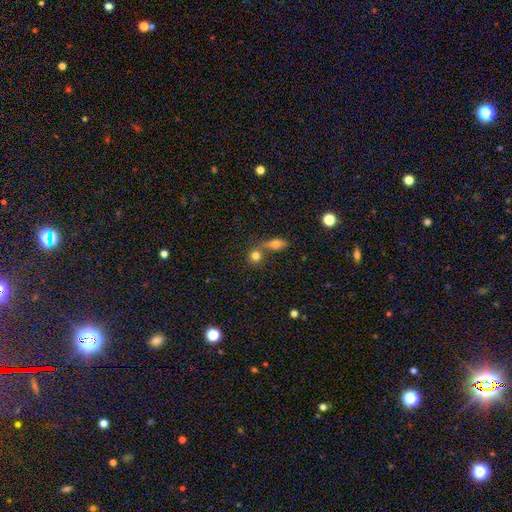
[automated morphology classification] type=smooth (79%); roundness=round (79%); merging=none (51%).